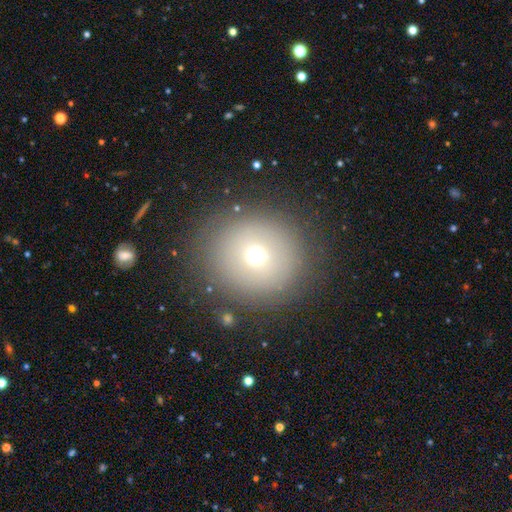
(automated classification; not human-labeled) smooth-or-featured: smooth: 66% | star or artifact: 19% | featured or disk: 15%
  how-rounded: round: 88% | in between: 11% | cigar-shaped: 1%
  merging: none: 86% | minor disturbance: 8% | major disturbance: 4% | merger: 2%